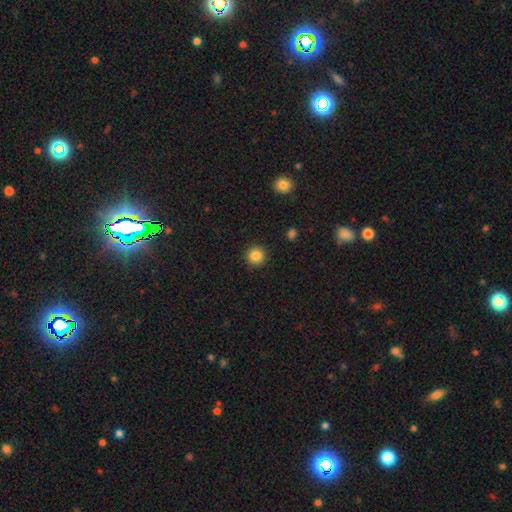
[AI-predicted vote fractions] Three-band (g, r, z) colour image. It shows a smooth galaxy with no disk features (85%) that is round (95%). Merging: none (92%).